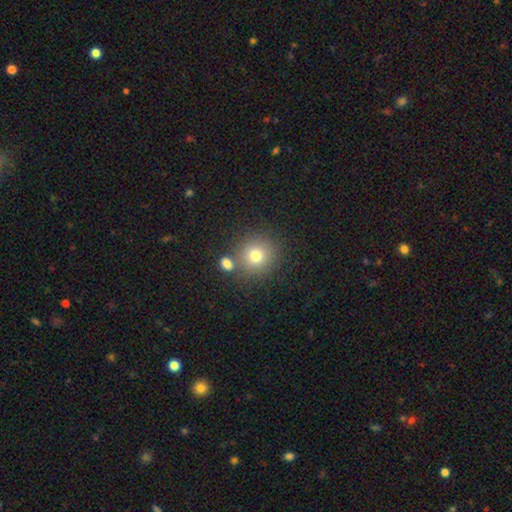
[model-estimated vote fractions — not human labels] Morphology: type=smooth (76%); roundness=round (90%); merging=none (73%).